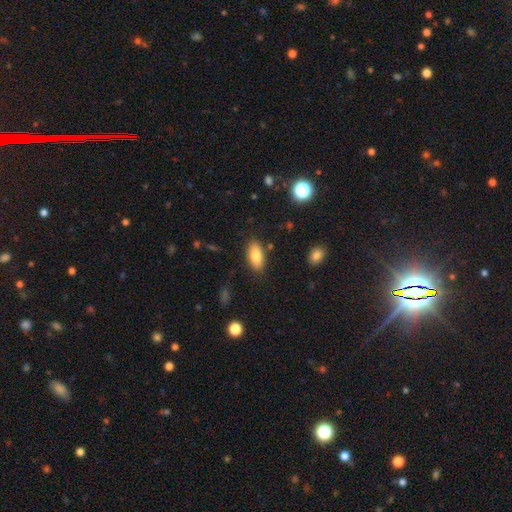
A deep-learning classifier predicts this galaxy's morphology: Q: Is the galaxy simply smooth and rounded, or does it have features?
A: smooth — 82%.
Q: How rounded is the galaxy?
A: in between — 88%.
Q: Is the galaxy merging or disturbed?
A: none — 85%.